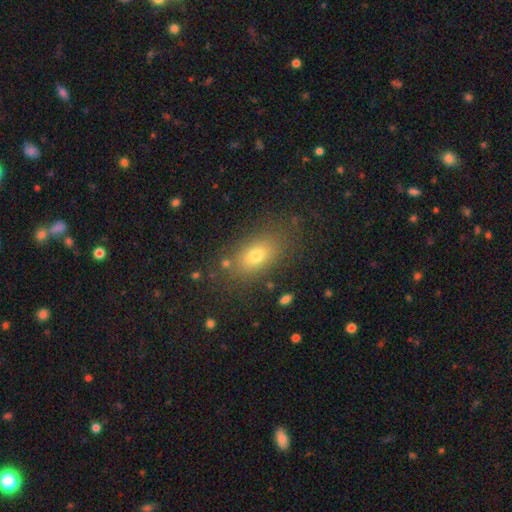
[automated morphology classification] This appears to be a smooth galaxy with no disk features (73%) that is in between round and cigar-shaped (82%). Merging: none (80%).